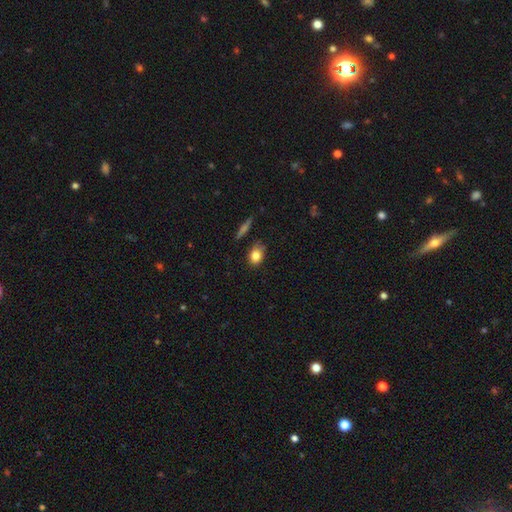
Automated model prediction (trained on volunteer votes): A smooth galaxy with no disk features (82%) that is in between round and cigar-shaped (63%). Merging: none (75%).